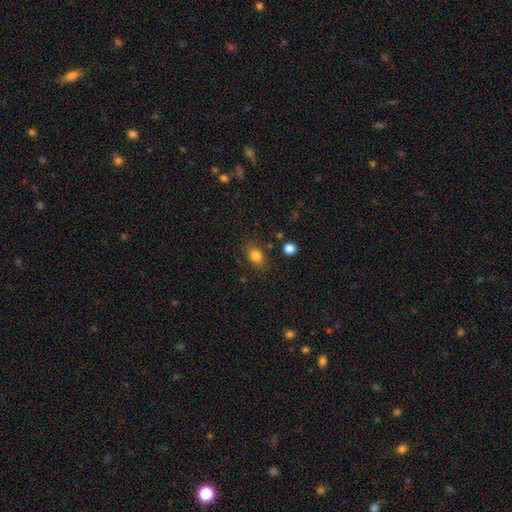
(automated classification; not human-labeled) Q: Smooth or featured?
A: smooth (83%); runner-up: star or artifact (11%)
Q: How rounded?
A: in between (70%); runner-up: round (29%)
Q: Merging?
A: none (79%); runner-up: minor disturbance (14%)